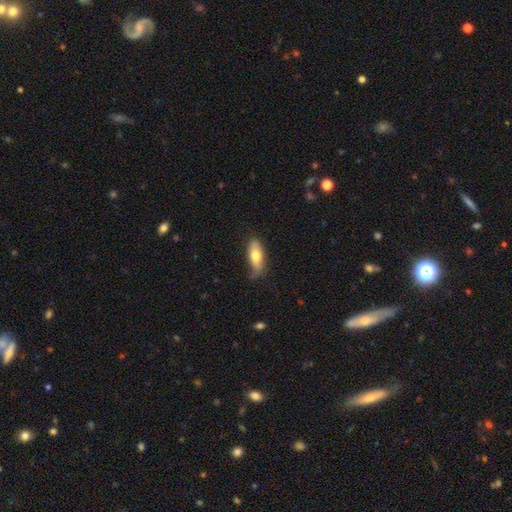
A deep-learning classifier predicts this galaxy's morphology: smooth_or_featured: smooth (p=0.73) [alt: featured or disk p=0.21]
how_rounded: in between (p=0.74) [alt: cigar-shaped p=0.23]
merging: none (p=0.69) [alt: minor disturbance p=0.25]